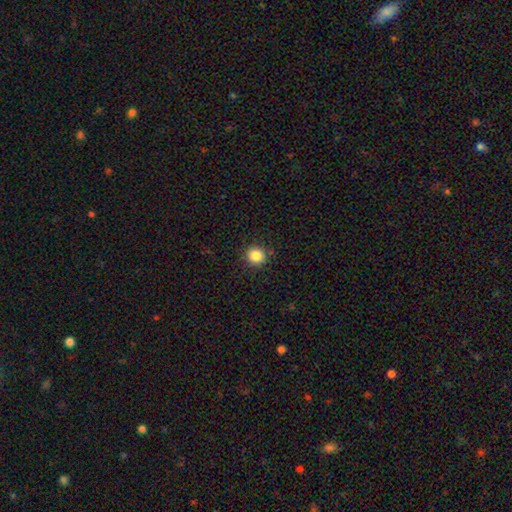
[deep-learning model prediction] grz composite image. It shows a smooth galaxy with no disk features (85%) that is round (91%). Merging: none (89%).